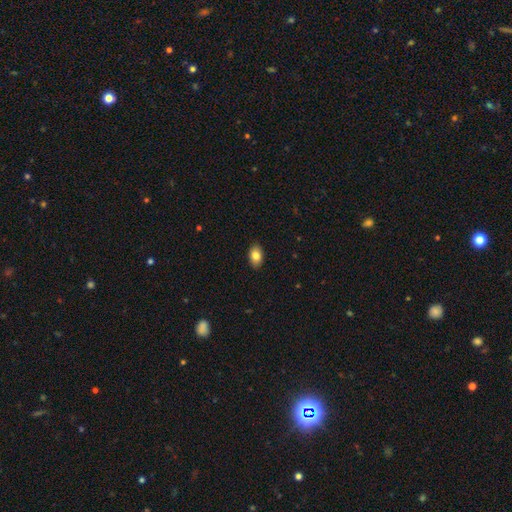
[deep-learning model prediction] A smooth galaxy with no disk features (82%) that is in between round and cigar-shaped (90%). Merging: none (89%).